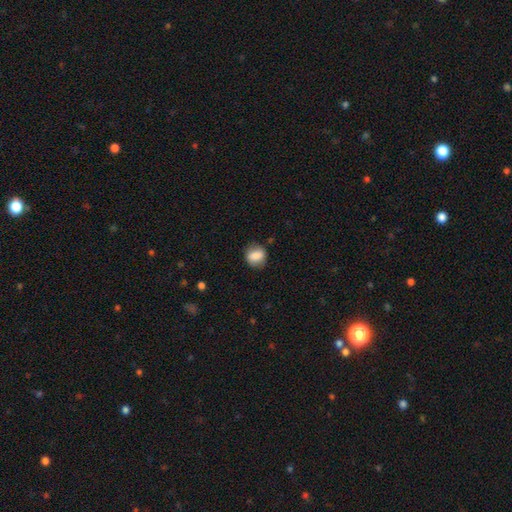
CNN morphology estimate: This is likely a smooth galaxy (80%). How rounded: likely round (63%). Merging: likely none (77%).